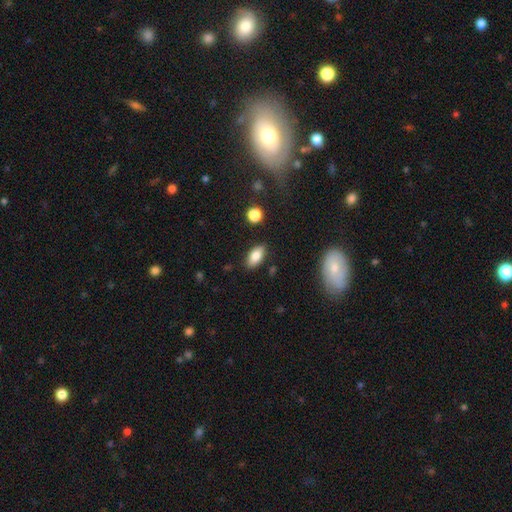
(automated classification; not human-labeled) A smooth galaxy with no disk features (81%) that is in between round and cigar-shaped (89%).

Vote fractions:
- Smooth or featured? smooth: 81% / featured or disk: 11% / star or artifact: 8%
- How rounded? in between: 89% / cigar-shaped: 7% / round: 4%
- Merging? none: 86% / minor disturbance: 10% / major disturbance: 2% / merger: 2%